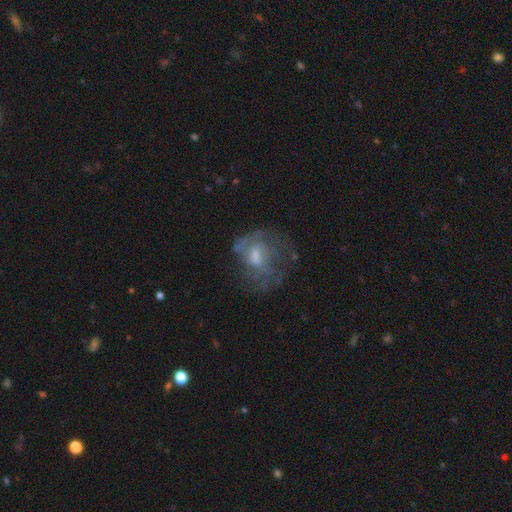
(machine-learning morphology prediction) The model was most divided on "bulge size": moderate: 44%, small: 37%, none: 13%, large: 5%, dominant: 1%. Remaining: edge-on disk — no (97%); spiral arms — yes (68%); smooth or featured — featured or disk (67%); merging — none (54%); bar — weak (50%).